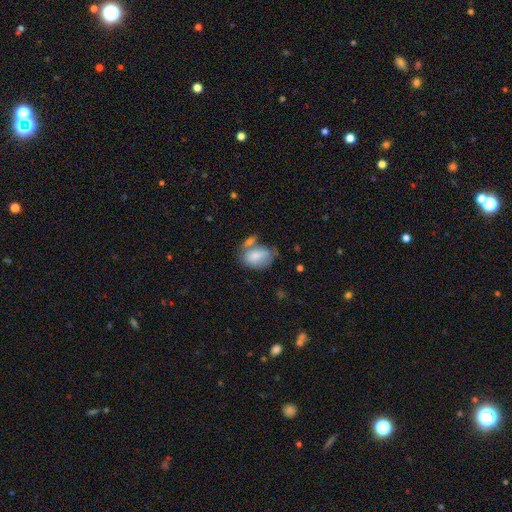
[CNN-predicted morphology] Smooth or featured? Predicted: smooth (p=0.74). How rounded? Predicted: in between (p=0.84). Merging? Predicted: none (p=0.36).